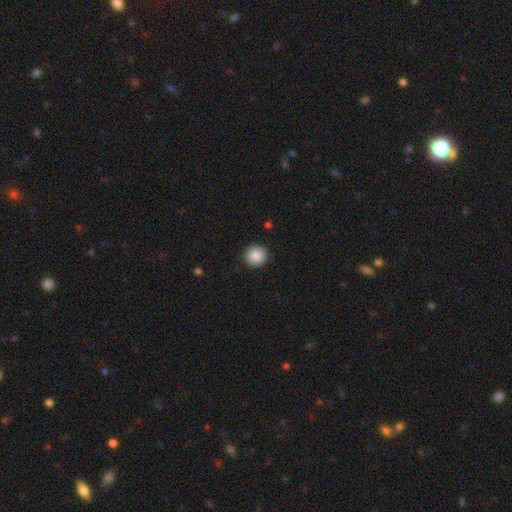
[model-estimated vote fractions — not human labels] smooth-or-featured: smooth: 87% | star or artifact: 8% | featured or disk: 5%
  how-rounded: round: 92% | in between: 7% | cigar-shaped: 1%
  merging: none: 92% | minor disturbance: 5% | major disturbance: 2% | merger: 1%